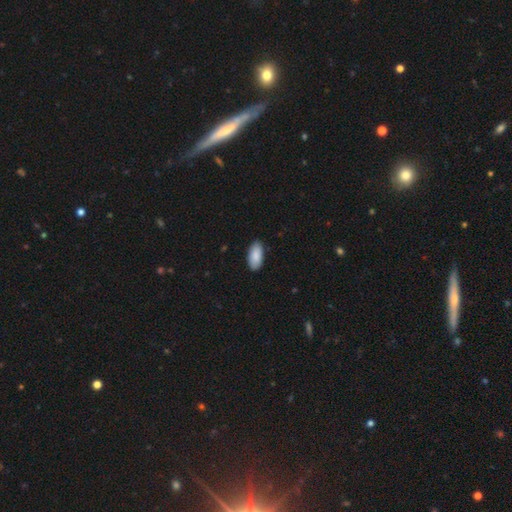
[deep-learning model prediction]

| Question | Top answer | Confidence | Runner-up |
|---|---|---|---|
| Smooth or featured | smooth | 89% | featured or disk (6%) |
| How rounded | in between | 94% | cigar-shaped (4%) |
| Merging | none | 88% | minor disturbance (10%) |